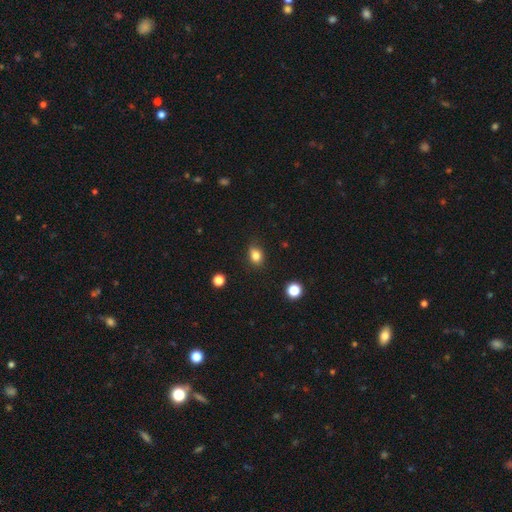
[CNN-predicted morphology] This is clearly a smooth galaxy (83%). How rounded: likely in between (61%). Merging: clearly none (80%).